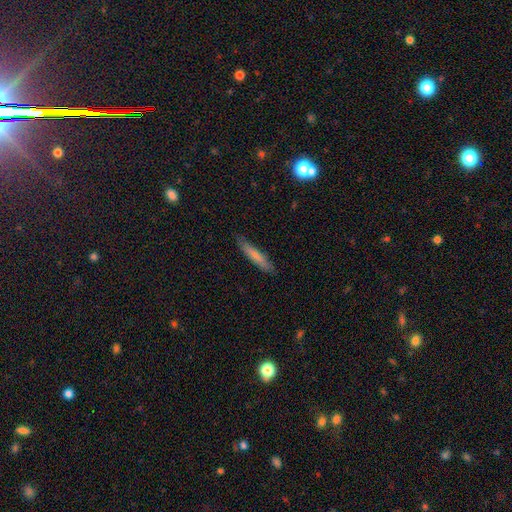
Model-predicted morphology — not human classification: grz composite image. It shows a smooth galaxy with no disk features (74%) that is cigar-shaped (91%). Merging: none (84%).